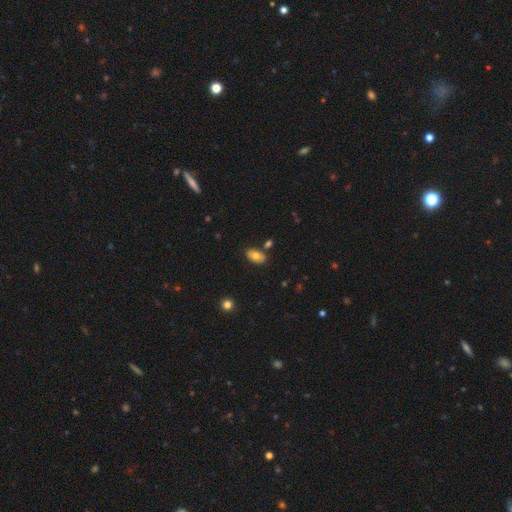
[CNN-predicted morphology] Smooth or featured?
  - smooth: 72% *
  - featured or disk: 20%
  - star or artifact: 8%
How rounded?
  - in between: 91% *
  - round: 7%
  - cigar-shaped: 2%
Merging?
  - none: 78% *
  - minor disturbance: 12%
  - merger: 7%
  - major disturbance: 3%